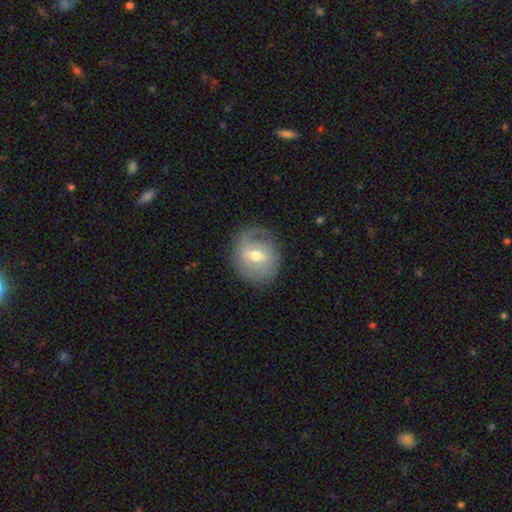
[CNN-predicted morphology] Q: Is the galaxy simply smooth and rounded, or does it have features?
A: featured or disk — 64%.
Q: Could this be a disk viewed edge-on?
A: no — 96%.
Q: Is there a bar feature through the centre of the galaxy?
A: weak — 56%.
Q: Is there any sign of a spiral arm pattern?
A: yes — 76%.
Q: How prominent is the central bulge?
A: moderate — 72%.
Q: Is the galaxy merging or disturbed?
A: none — 74%.